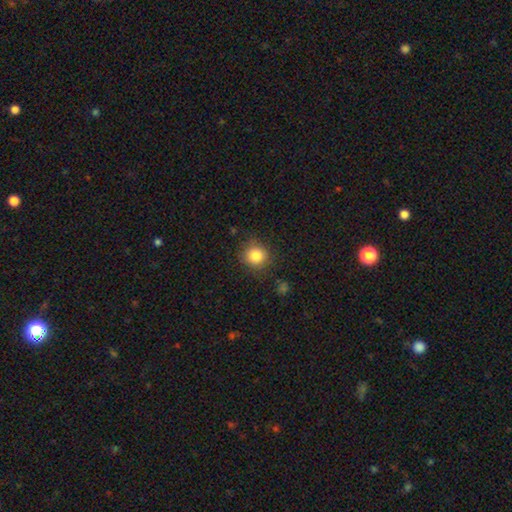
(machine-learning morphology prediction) Smooth or featured?
  - smooth: 84% *
  - star or artifact: 10%
  - featured or disk: 6%
How rounded?
  - round: 89% *
  - in between: 10%
  - cigar-shaped: 1%
Merging?
  - none: 84% *
  - minor disturbance: 11%
  - major disturbance: 3%
  - merger: 1%